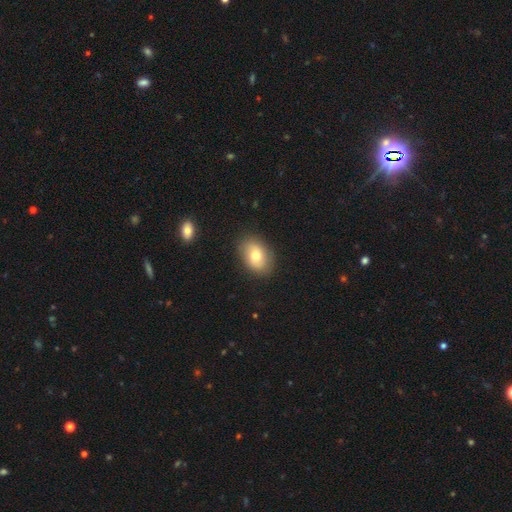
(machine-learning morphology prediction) Smooth or featured? smooth (74%)
How rounded? in between (82%)
Merging? none (86%)